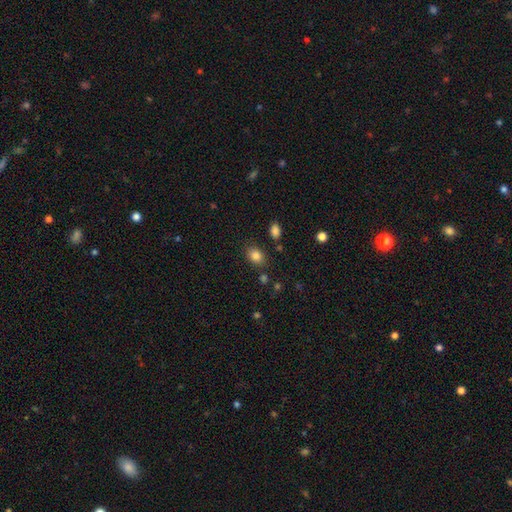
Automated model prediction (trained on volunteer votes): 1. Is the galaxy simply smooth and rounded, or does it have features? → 84% smooth, 10% star or artifact, 6% featured or disk.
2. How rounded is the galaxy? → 66% in between, 33% round, 1% cigar-shaped.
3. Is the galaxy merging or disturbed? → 80% none, 12% minor disturbance, 4% merger, 4% major disturbance.